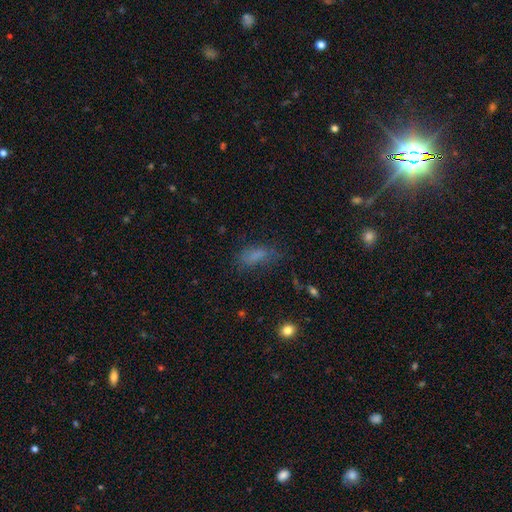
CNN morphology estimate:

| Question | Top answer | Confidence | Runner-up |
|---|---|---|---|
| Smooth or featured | smooth | 70% | star or artifact (17%) |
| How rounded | in between | 77% | cigar-shaped (18%) |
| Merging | none | 53% | minor disturbance (26%) |